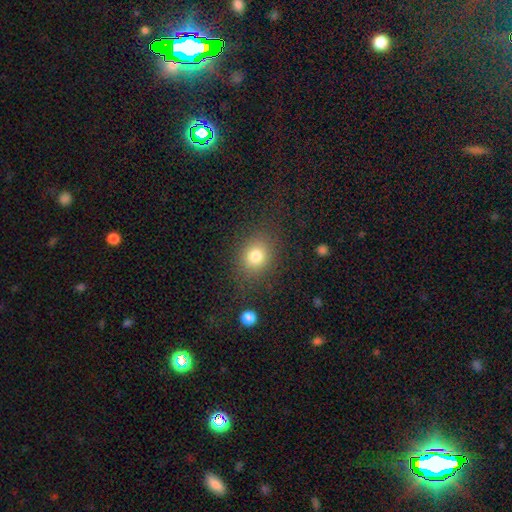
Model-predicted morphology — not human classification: smooth_or_featured: smooth (p=0.79) [alt: star or artifact p=0.12]
how_rounded: round (p=0.62) [alt: in between p=0.37]
merging: none (p=0.81) [alt: minor disturbance p=0.11]